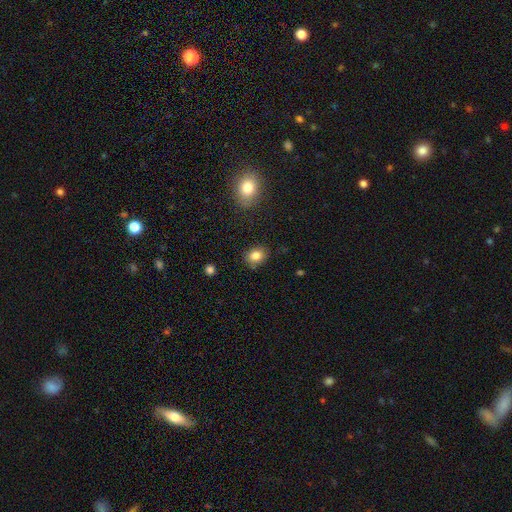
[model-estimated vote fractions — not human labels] A smooth galaxy with no disk features (83%) that is in between round and cigar-shaped (54%).

Vote fractions:
- Smooth or featured? smooth: 83% / star or artifact: 10% / featured or disk: 7%
- How rounded? in between: 54% / round: 45% / cigar-shaped: 1%
- Merging? none: 84% / minor disturbance: 12% / major disturbance: 3% / merger: 2%